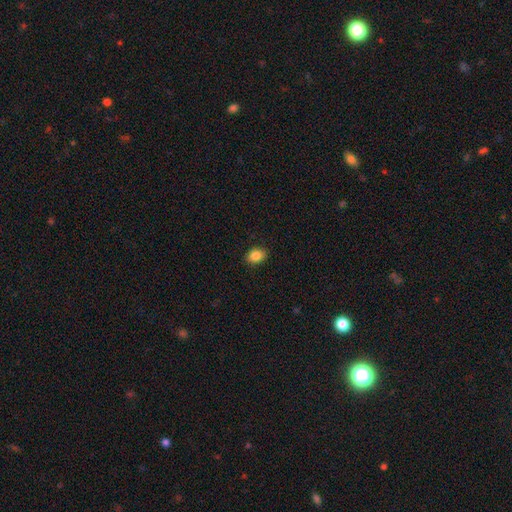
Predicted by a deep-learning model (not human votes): This is clearly a smooth galaxy (85%). How rounded: likely in between (65%). Merging: clearly none (89%).